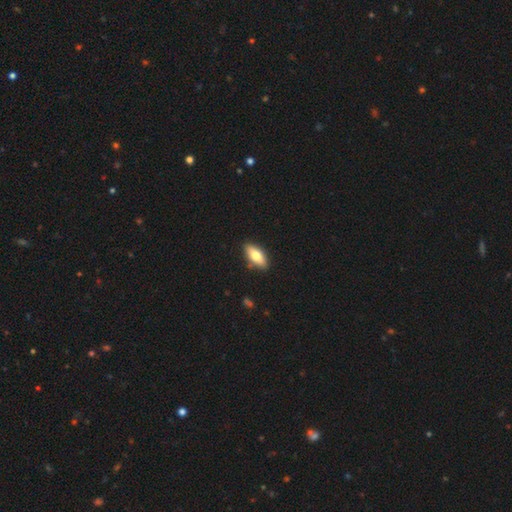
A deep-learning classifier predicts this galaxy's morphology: Smooth or featured? Predicted: smooth (p=0.73). How rounded? Predicted: in between (p=0.80). Merging? Predicted: none (p=0.88).